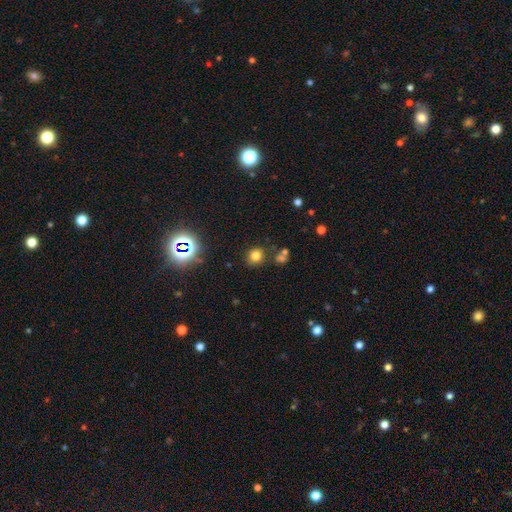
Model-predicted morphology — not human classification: Overall: smooth (73%). How rounded: round (80%). Merging: none (79%).